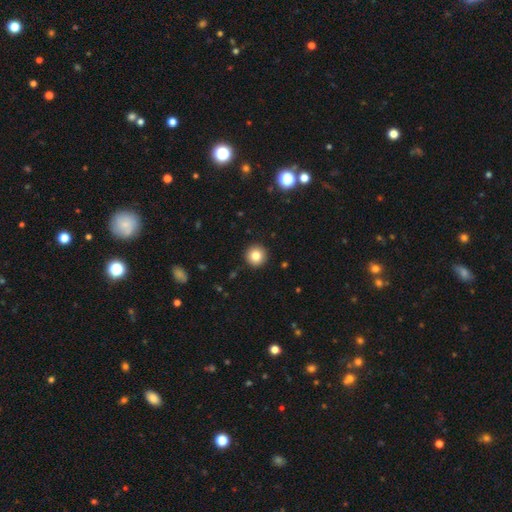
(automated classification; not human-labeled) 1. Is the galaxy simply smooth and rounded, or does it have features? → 83% smooth, 10% star or artifact, 7% featured or disk.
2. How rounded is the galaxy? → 96% round, 3% in between, 1% cigar-shaped.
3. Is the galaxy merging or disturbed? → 93% none, 5% minor disturbance, 2% major disturbance, 1% merger.